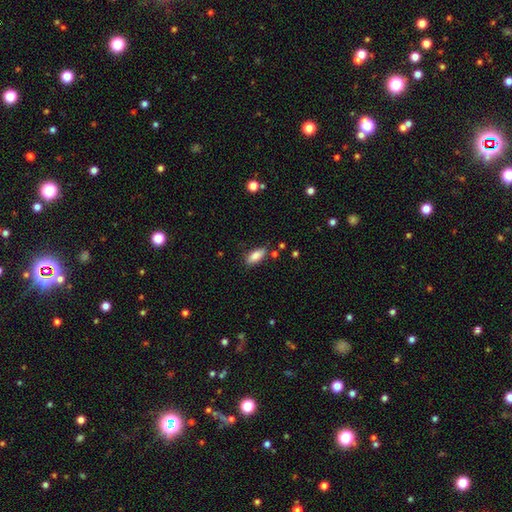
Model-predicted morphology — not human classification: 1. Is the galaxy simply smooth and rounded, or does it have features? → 85% smooth, 8% featured or disk, 7% star or artifact.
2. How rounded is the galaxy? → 83% in between, 15% cigar-shaped, 2% round.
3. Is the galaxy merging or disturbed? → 80% none, 14% minor disturbance, 4% merger, 3% major disturbance.